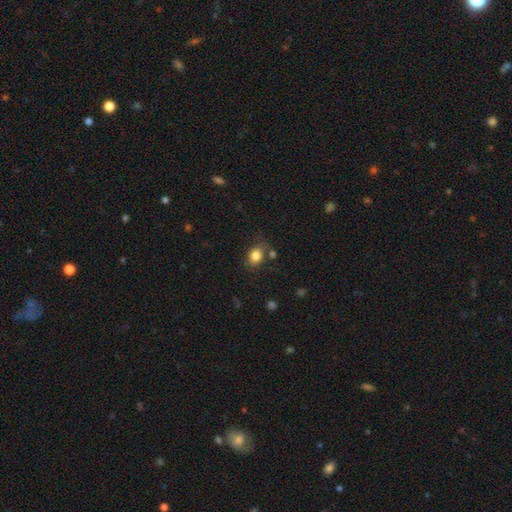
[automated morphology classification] The model was most divided on "how rounded": in between: 54%, round: 45%, cigar-shaped: 1%. More confident: smooth or featured — smooth (83%); merging — none (71%).